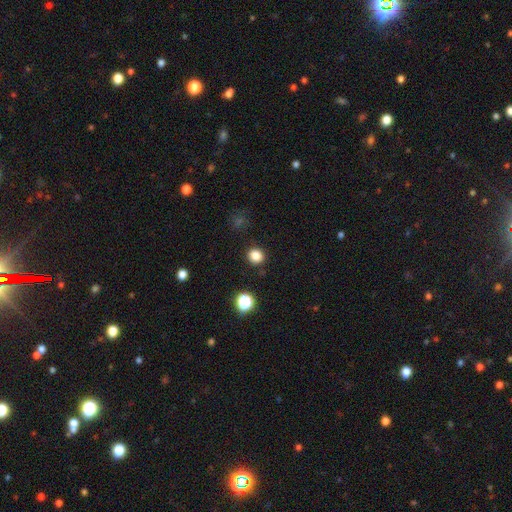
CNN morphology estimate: Q: Smooth or featured?
A: smooth (83%); runner-up: star or artifact (13%)
Q: How rounded?
A: round (85%); runner-up: in between (14%)
Q: Merging?
A: none (89%); runner-up: minor disturbance (7%)